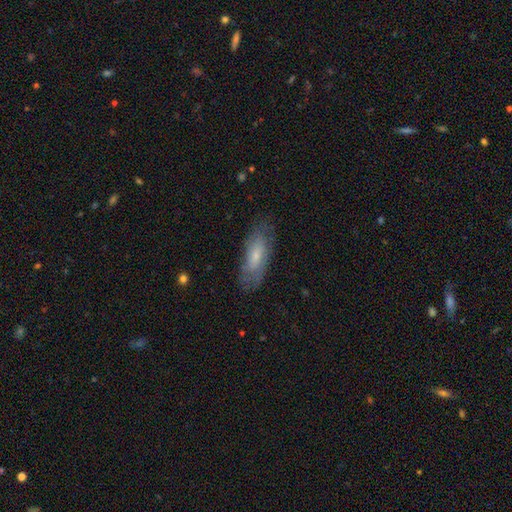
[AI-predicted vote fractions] A smooth galaxy with no disk features (53%) that is in between round and cigar-shaped (64%). Merging: none (75%).